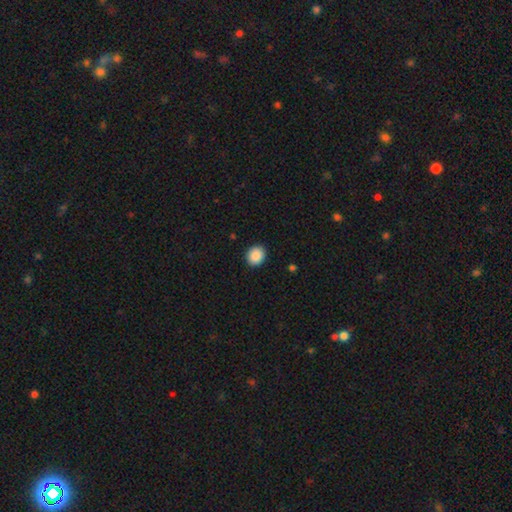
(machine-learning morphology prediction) A smooth galaxy with no disk features (89%) that is round (72%). Merging: none (91%).